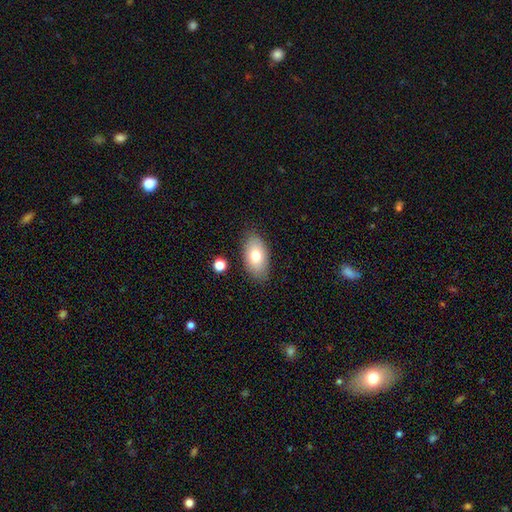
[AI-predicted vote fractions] Smooth or featured: smooth — 76% (featured or disk — 16%)
How rounded: in between — 93% (round — 5%)
Merging: none — 83% (minor disturbance — 12%)